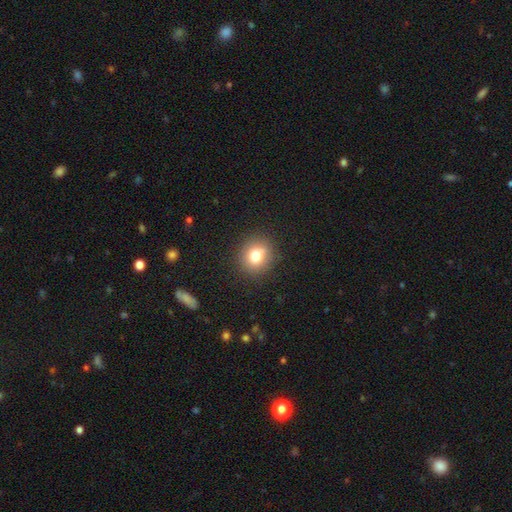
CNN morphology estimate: Smooth or featured? Predicted: smooth (p=0.76). How rounded? Predicted: round (p=0.78). Merging? Predicted: none (p=0.87).